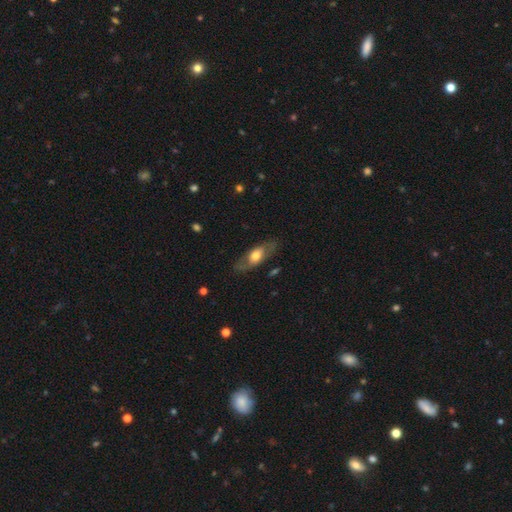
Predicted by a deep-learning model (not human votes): Smooth or featured?
  - smooth: 48% *
  - featured or disk: 46%
  - star or artifact: 6%
Merging?
  - none: 77% *
  - minor disturbance: 15%
  - major disturbance: 6%
  - merger: 1%